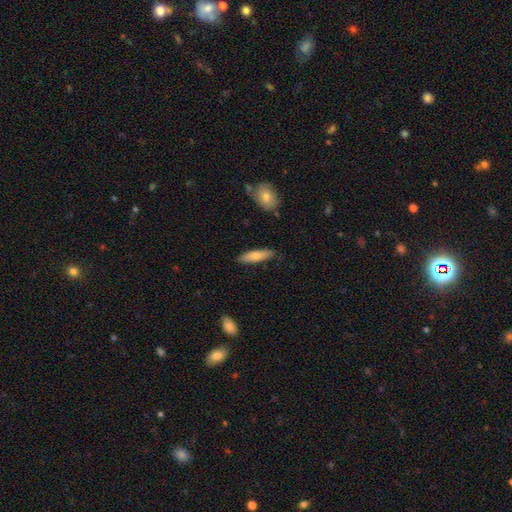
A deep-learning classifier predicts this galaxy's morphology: Smooth or featured? smooth (70%)
How rounded? cigar-shaped (67%)
Merging? none (85%)